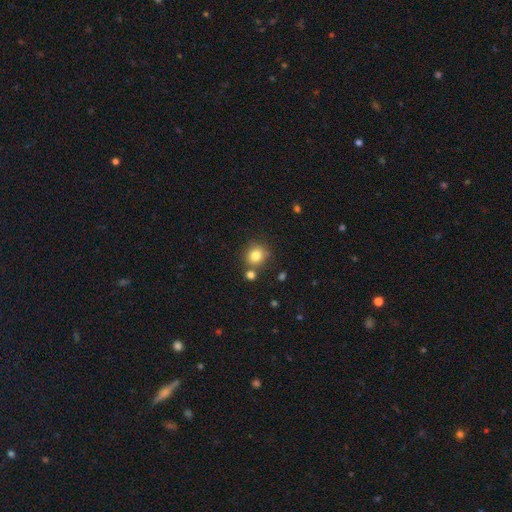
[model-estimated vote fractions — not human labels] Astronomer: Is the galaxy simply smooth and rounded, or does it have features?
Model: smooth — 81%.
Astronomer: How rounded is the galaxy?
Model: round — 85%.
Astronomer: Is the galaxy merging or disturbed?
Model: none — 72%.